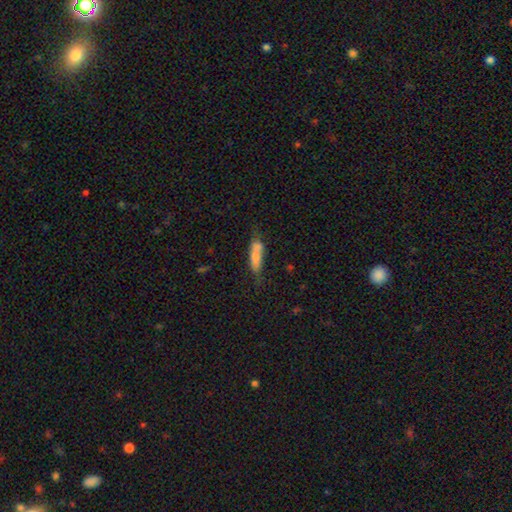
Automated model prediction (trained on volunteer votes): A smooth galaxy with no disk features (72%) that is cigar-shaped (56%). Merging: none (44%).